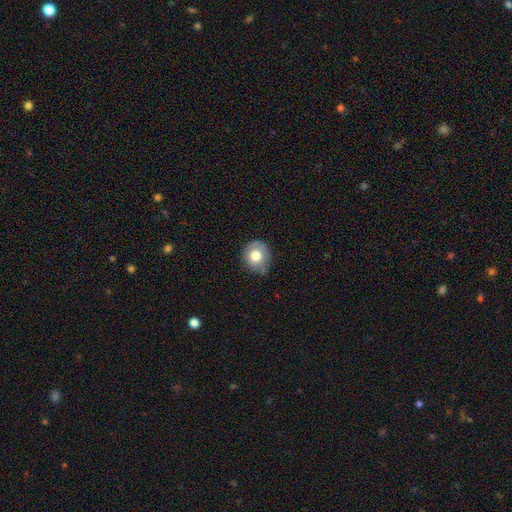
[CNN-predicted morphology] Q: Smooth or featured?
A: smooth (72%); runner-up: featured or disk (19%)
Q: How rounded?
A: round (81%); runner-up: in between (18%)
Q: Merging?
A: none (62%); runner-up: minor disturbance (29%)